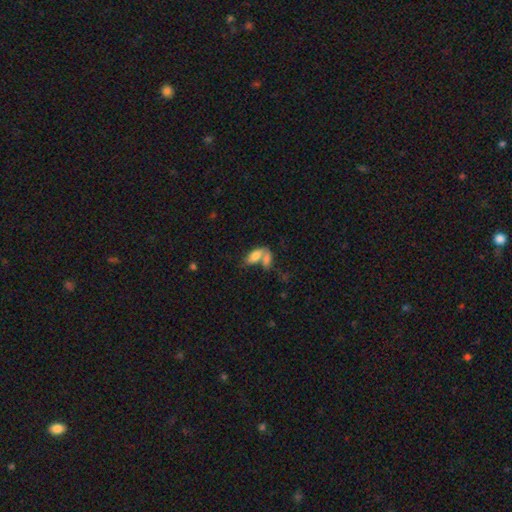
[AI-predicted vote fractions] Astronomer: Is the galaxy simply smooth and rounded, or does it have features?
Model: smooth — 77%.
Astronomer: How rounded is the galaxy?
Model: in between — 87%.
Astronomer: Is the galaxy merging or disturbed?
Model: merger — 59%.